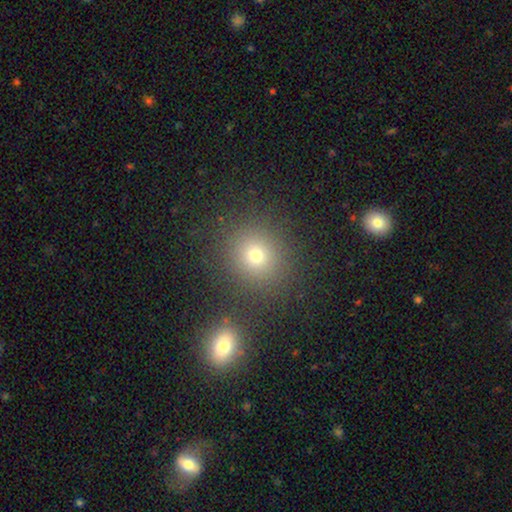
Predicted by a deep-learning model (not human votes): Overall: smooth (73%). How rounded: round (85%). Merging: none (82%).